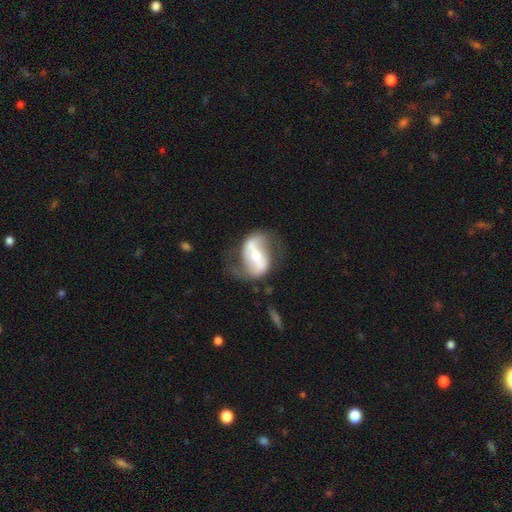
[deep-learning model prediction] smooth-or-featured: featured or disk: 81% | smooth: 14% | star or artifact: 5%
  disk-edge-on: no: 94% | yes: 6%
    bar: strong: 62% | weak: 23% | no: 14%
    has-spiral-arms: yes: 84% | no: 16%
      spiral-winding: loose: 54% | medium: 35% | tight: 11%
      spiral-arm-count: 2: 87% | can't tell: 5% | 1: 4% | 3: 1% | 4: 1% | more than 4: 1%
    bulge-size: small: 46% | moderate: 45% | large: 5% | none: 2% | dominant: 2%
  merging: none: 59% | minor disturbance: 20% | major disturbance: 19% | merger: 3%